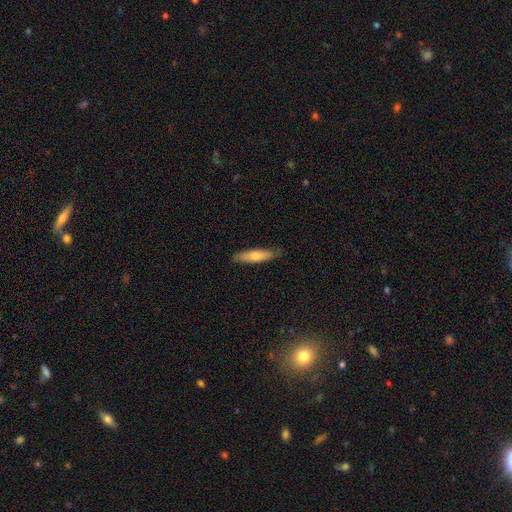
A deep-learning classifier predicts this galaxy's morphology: This is likely a smooth galaxy (72%). How rounded: likely cigar-shaped (70%). Merging: clearly none (84%).